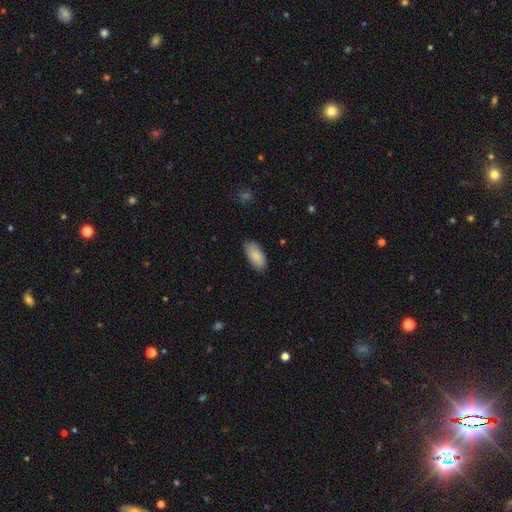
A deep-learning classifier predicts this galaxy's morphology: Overall: smooth (88%). How rounded: in between (91%). Merging: none (84%).